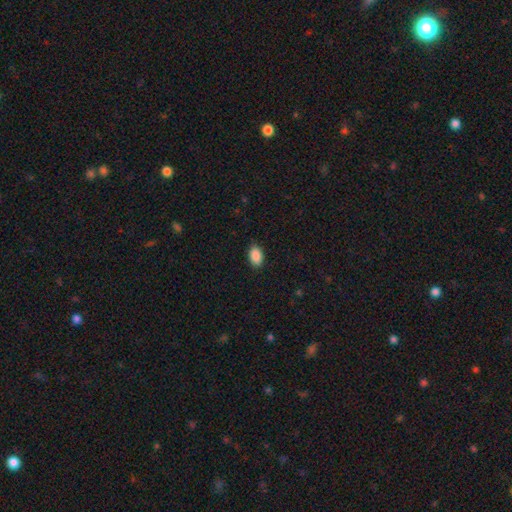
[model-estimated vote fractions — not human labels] smooth 90%, star or artifact 7%, featured or disk 3%. Down the decision tree: how rounded — in between (91%); merging — none (87%).